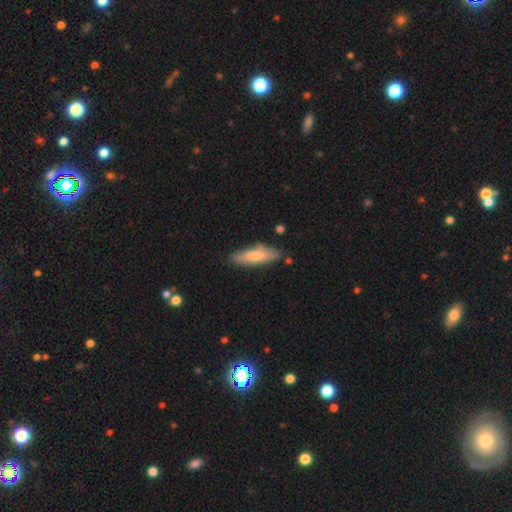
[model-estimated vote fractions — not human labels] Smooth or featured: smooth — 71% (featured or disk — 24%)
How rounded: cigar-shaped — 54% (in between — 44%)
Merging: none — 77% (minor disturbance — 16%)